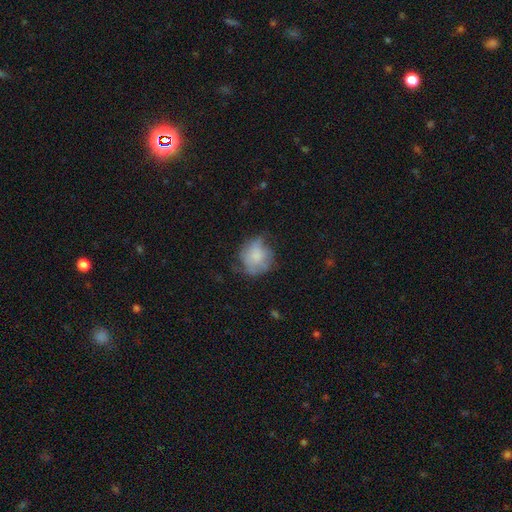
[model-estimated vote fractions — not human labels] Overall: smooth (60%; featured or disk 30%). How rounded: round (76%). Merging: none (48%; minor disturbance 31%).